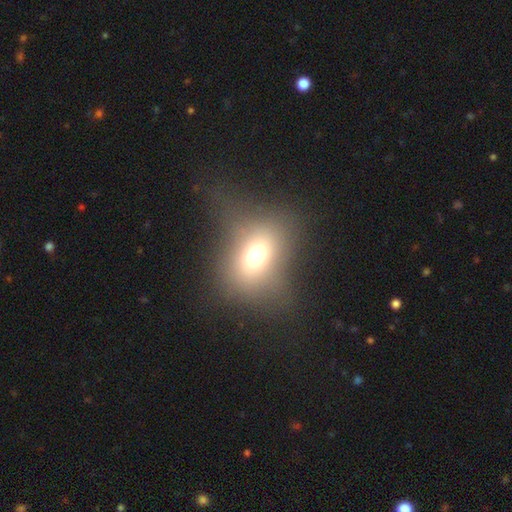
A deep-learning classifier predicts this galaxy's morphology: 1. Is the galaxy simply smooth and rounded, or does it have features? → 67% smooth, 18% star or artifact, 16% featured or disk.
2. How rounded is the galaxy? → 56% in between, 43% round, 2% cigar-shaped.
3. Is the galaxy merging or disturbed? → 61% none, 19% minor disturbance, 18% major disturbance, 2% merger.